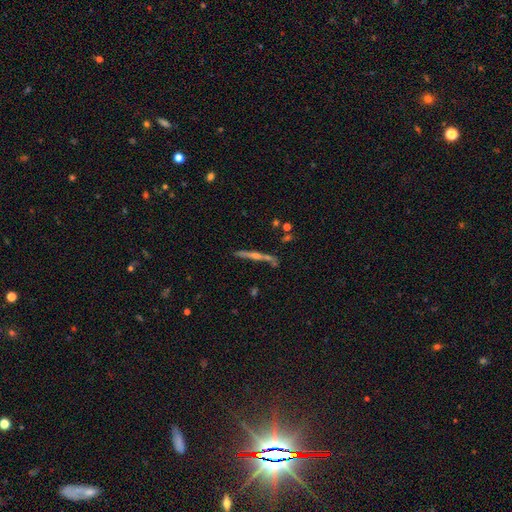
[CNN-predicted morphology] Q: Smooth or featured?
A: featured or disk (72%); runner-up: smooth (18%)
Q: Edge-on disk?
A: yes (96%); runner-up: no (4%)
Q: Edge-on bulge?
A: rounded (73%); runner-up: none (19%)
Q: Merging?
A: none (75%); runner-up: minor disturbance (13%)